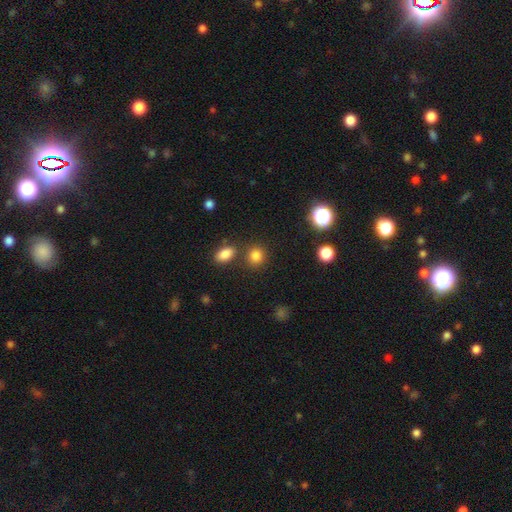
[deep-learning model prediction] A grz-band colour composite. It shows a smooth galaxy with no disk features (82%) that is round (79%). Merging: none (78%).